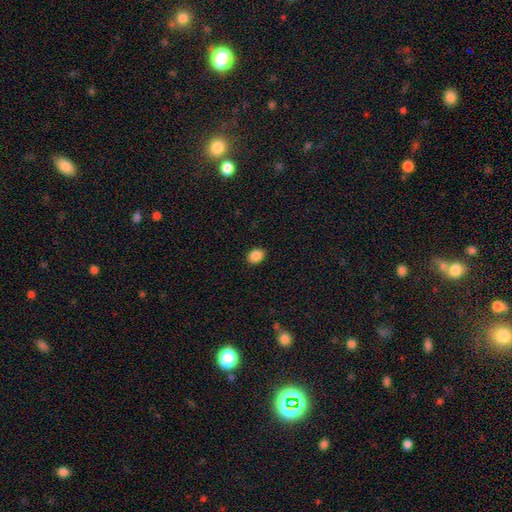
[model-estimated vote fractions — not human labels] A smooth galaxy with no disk features (88%) that is in between round and cigar-shaped (64%). Merging: none (90%).